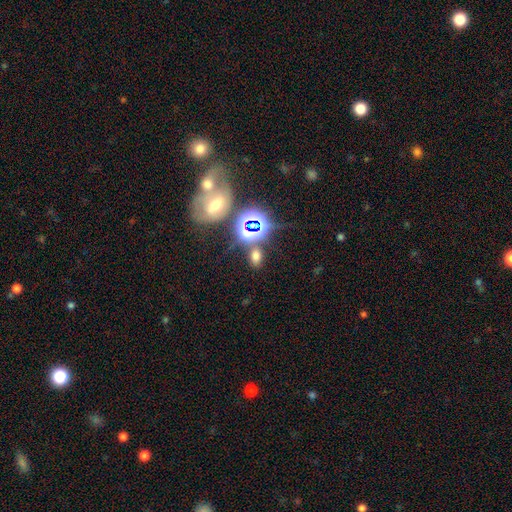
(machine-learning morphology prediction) This is possibly a smooth galaxy (56%). How rounded: likely in between (79%). Merging: likely none (70%).